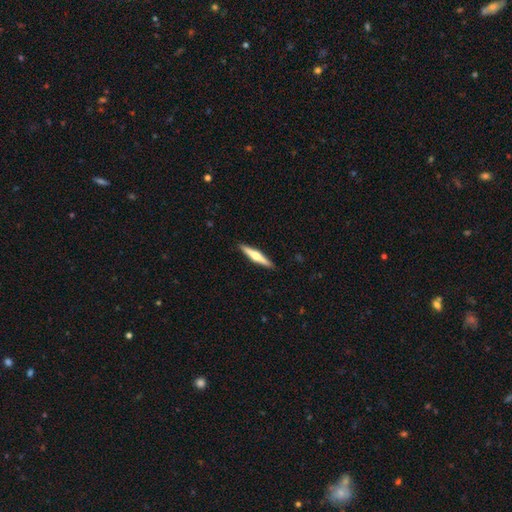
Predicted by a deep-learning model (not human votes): smooth_or_featured: featured or disk (p=0.62) [alt: smooth p=0.33]
disk_edge_on: yes (p=0.97) [alt: no p=0.03]
edge_on_bulge: rounded (p=0.92) [alt: none p=0.04]
merging: none (p=0.91) [alt: minor disturbance p=0.06]